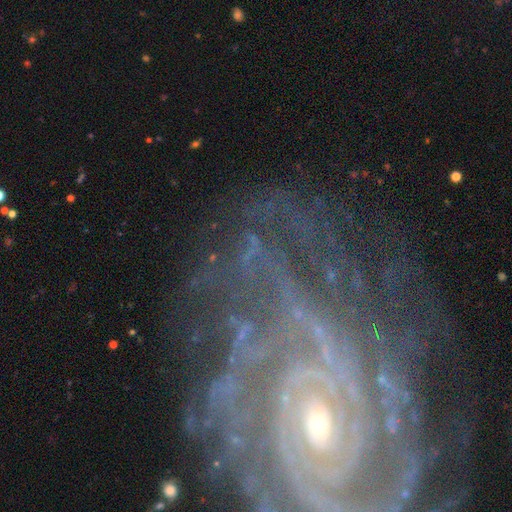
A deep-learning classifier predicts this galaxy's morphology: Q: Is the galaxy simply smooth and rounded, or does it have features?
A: featured or disk — 60%.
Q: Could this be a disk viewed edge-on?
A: no — 94%.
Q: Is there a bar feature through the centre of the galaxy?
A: no — 43%.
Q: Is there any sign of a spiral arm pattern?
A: yes — 89%.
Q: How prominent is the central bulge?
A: small — 61%.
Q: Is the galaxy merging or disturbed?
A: none — 65%.